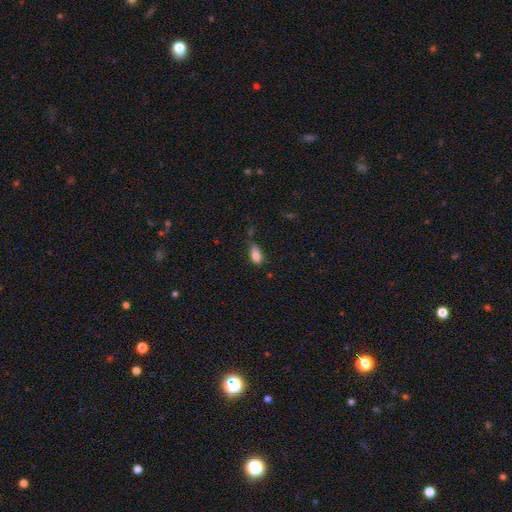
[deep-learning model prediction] smooth-or-featured: smooth: 81% | featured or disk: 10% | star or artifact: 9%
  how-rounded: in between: 85% | cigar-shaped: 10% | round: 5%
  merging: none: 53% | minor disturbance: 33% | major disturbance: 10% | merger: 4%